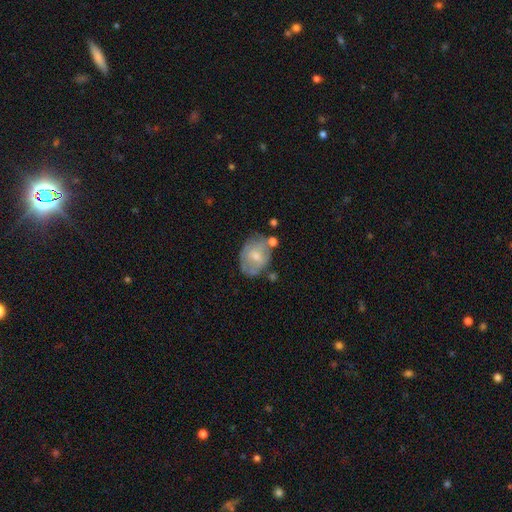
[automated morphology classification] The model was most divided on "smooth or featured": smooth: 47%, featured or disk: 46%, star or artifact: 7%. Remaining: merging — none (48%).